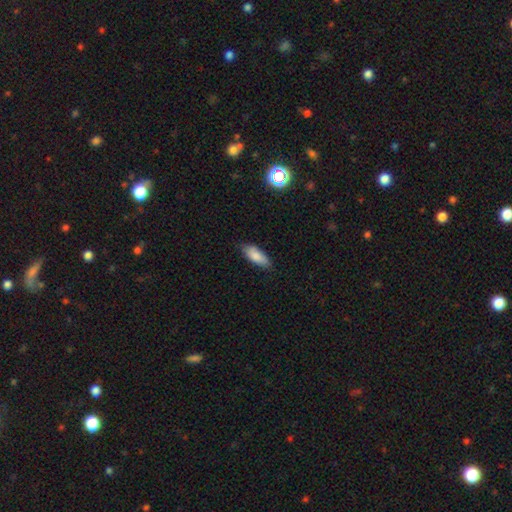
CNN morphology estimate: type=smooth (84%); roundness=in between (76%); merging=none (79%).